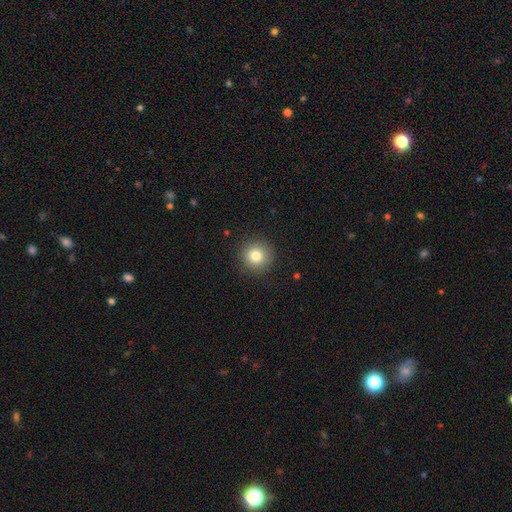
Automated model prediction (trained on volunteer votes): The model was most divided on "smooth or featured": smooth: 81%, star or artifact: 11%, featured or disk: 9%. More confident: how rounded — round (95%); merging — none (90%).